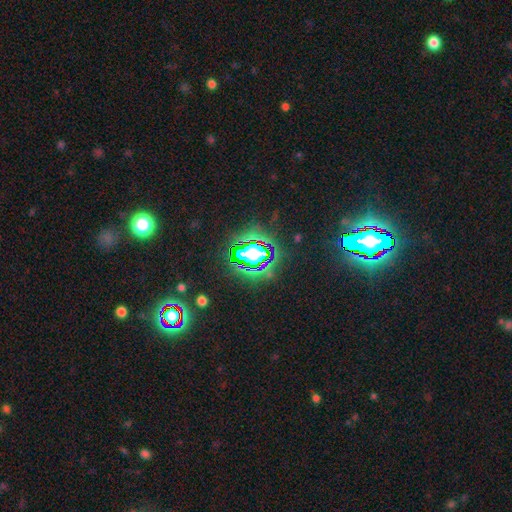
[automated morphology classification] This is likely a star or artifact rather than a galaxy (71%).